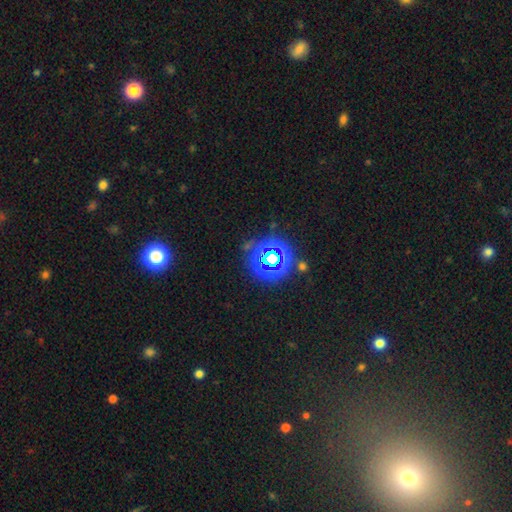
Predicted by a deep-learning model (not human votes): This appears to be a star or artifact, not a galaxy (53%).